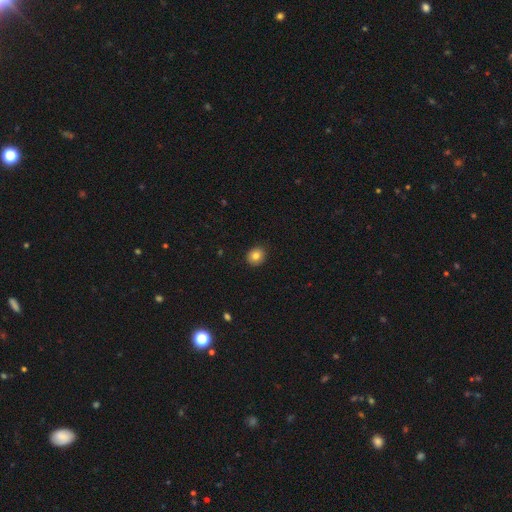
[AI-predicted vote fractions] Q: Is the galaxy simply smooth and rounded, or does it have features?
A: smooth — 82%.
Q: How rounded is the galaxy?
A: round — 77%.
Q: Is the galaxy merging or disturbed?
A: none — 90%.